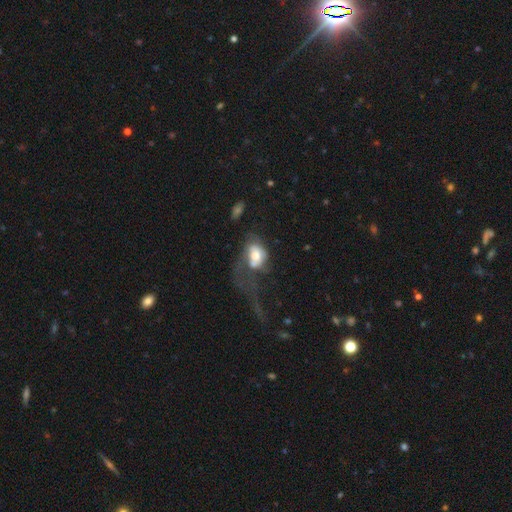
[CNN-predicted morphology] Overall: smooth (55%; featured or disk 36%). How rounded: in between (68%; round 30%). Merging: major disturbance (51%; merger 26%).